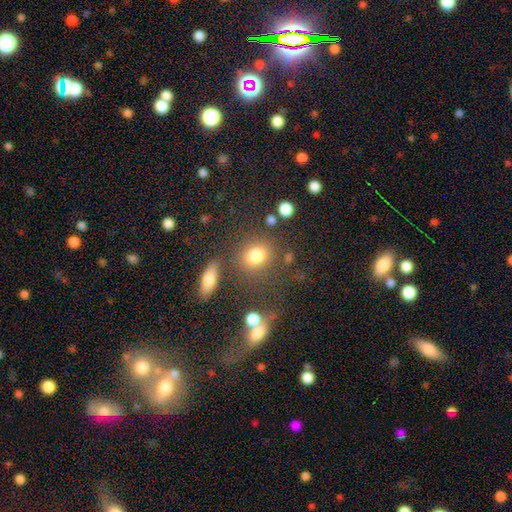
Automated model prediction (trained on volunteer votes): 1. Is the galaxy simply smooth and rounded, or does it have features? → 78% smooth, 14% star or artifact, 8% featured or disk.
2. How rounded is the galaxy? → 69% round, 29% in between, 2% cigar-shaped.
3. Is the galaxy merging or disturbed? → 72% none, 12% minor disturbance, 9% merger, 6% major disturbance.